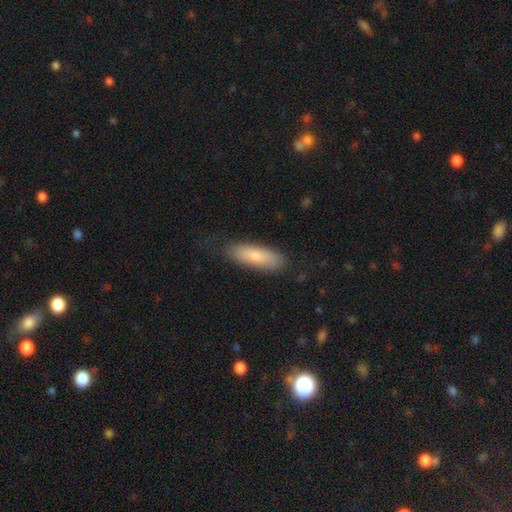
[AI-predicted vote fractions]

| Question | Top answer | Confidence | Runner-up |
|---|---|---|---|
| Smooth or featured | smooth | 80% | featured or disk (14%) |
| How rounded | in between | 56% | cigar-shaped (42%) |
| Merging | none | 78% | minor disturbance (17%) |